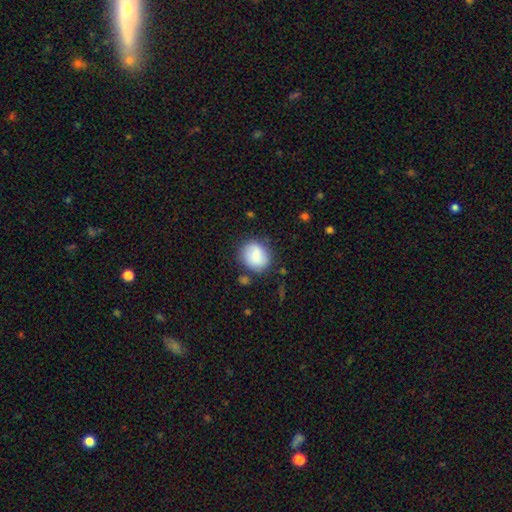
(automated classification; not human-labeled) Q: Smooth or featured?
A: smooth (80%); runner-up: featured or disk (13%)
Q: How rounded?
A: round (73%); runner-up: in between (26%)
Q: Merging?
A: none (77%); runner-up: minor disturbance (15%)